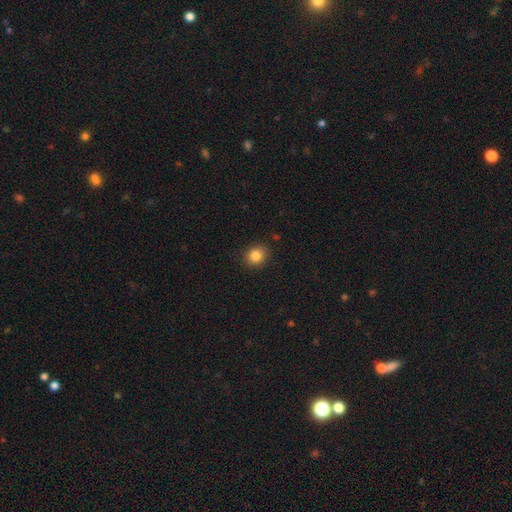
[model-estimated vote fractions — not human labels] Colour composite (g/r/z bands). It shows a smooth galaxy with no disk features (84%) that is round (74%). Merging: none (89%).